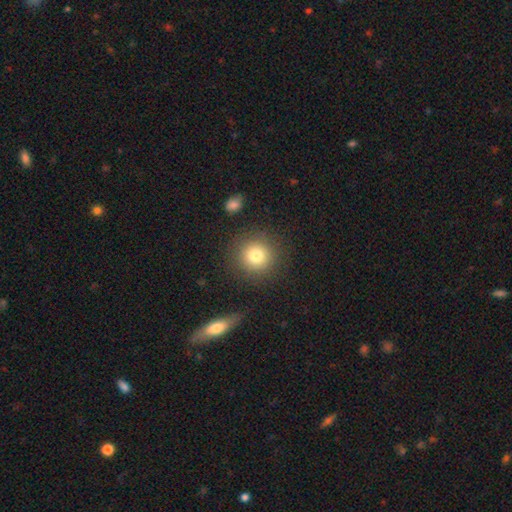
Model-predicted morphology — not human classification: This appears to be a smooth galaxy with no disk features (78%) that is round (93%). Merging: none (86%).